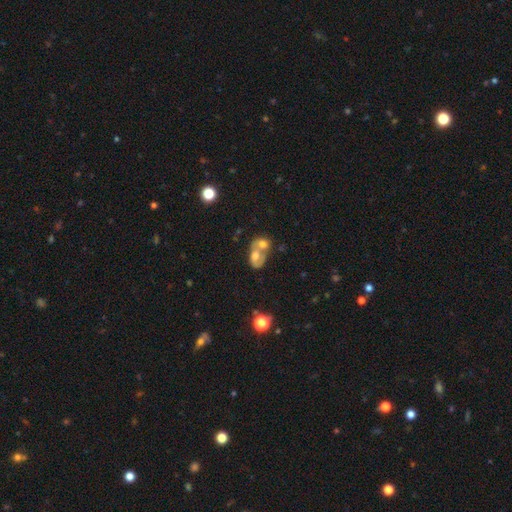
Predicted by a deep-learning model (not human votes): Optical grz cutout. It shows a smooth galaxy with no disk features (48%). Merging: merger (72%).